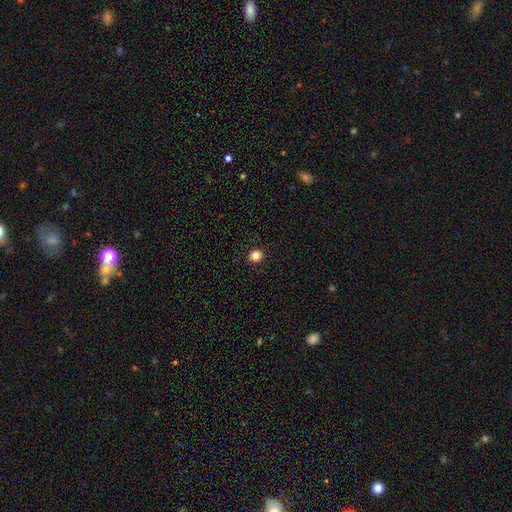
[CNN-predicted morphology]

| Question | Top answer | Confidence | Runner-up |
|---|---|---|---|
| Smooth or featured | smooth | 83% | star or artifact (12%) |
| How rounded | round | 85% | in between (15%) |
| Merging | none | 92% | minor disturbance (5%) |